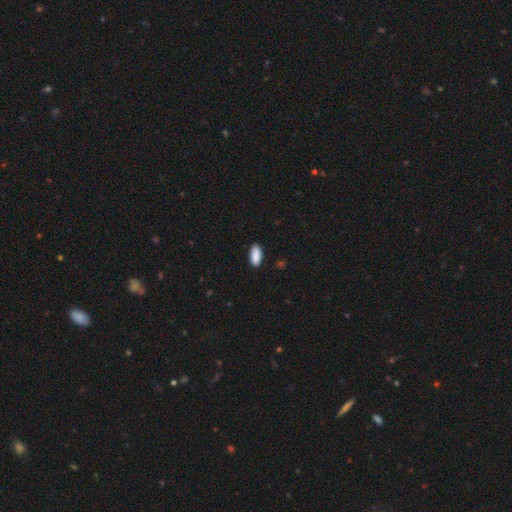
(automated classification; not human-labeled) smooth-or-featured: smooth: 90% | star or artifact: 6% | featured or disk: 4%
  how-rounded: in between: 87% | cigar-shaped: 11% | round: 2%
  merging: none: 88% | minor disturbance: 9% | major disturbance: 2% | merger: 1%